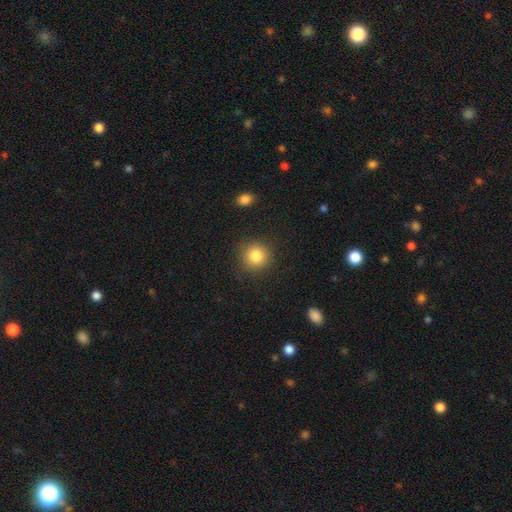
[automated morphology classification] smooth_or_featured: smooth (p=0.83) [alt: star or artifact p=0.11]
how_rounded: round (p=0.91) [alt: in between p=0.08]
merging: none (p=0.88) [alt: minor disturbance p=0.08]